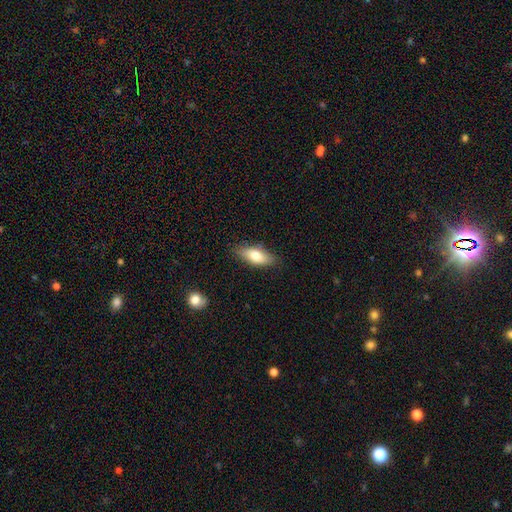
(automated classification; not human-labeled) This appears to be a smooth galaxy with no disk features (75%) that is in between round and cigar-shaped (76%). Merging: none (83%).